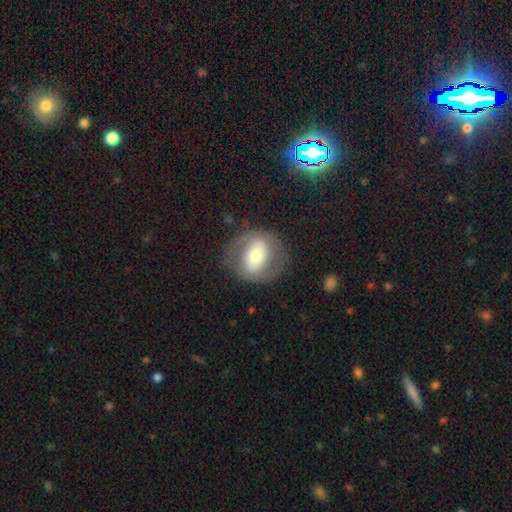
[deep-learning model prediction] Smooth or featured: featured or disk — 53% (smooth — 40%)
Edge-on disk: no — 95% (yes — 5%)
Bar: strong — 37% (weak — 33%)
Spiral arms: yes — 59% (no — 41%)
Bulge size: moderate — 51% (small — 23%)
Merging: none — 76% (minor disturbance — 14%)